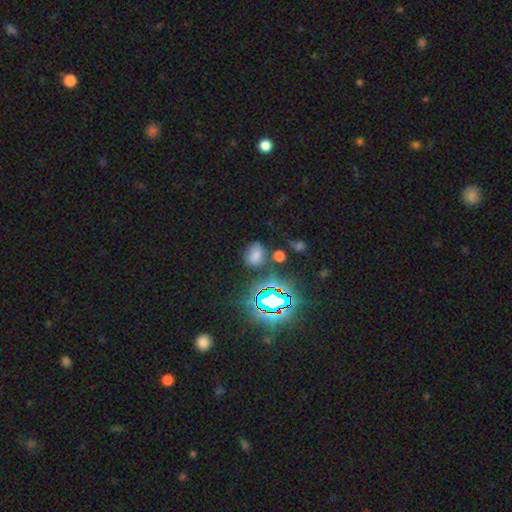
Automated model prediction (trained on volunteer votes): Morphology: type=smooth (62%); roundness=in between (64%); merging=none (70%).